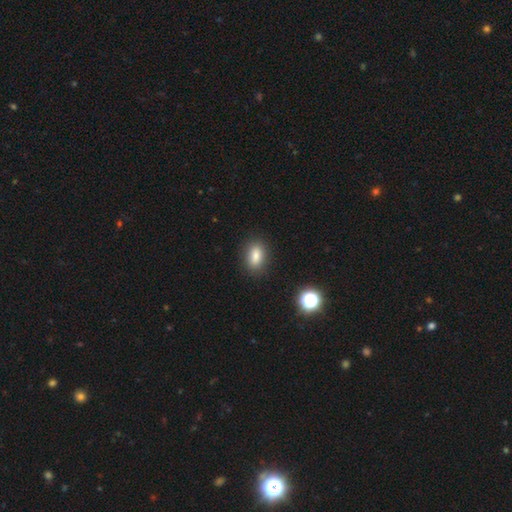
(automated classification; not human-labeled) Smooth or featured: smooth — 83% (star or artifact — 10%)
How rounded: in between — 83% (round — 12%)
Merging: none — 87% (minor disturbance — 9%)